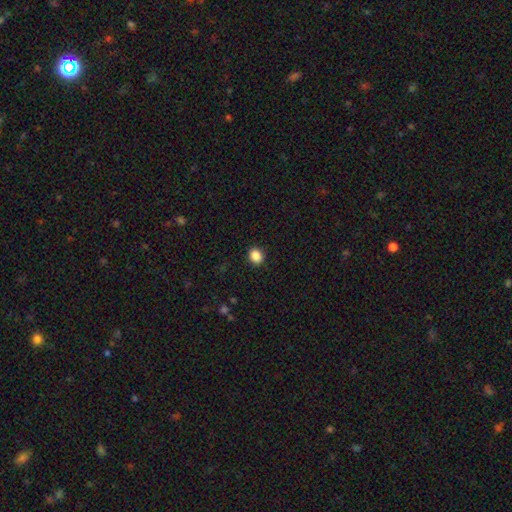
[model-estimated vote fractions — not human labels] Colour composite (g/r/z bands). It shows a smooth galaxy with no disk features (88%) that is round (63%). Merging: none (91%).